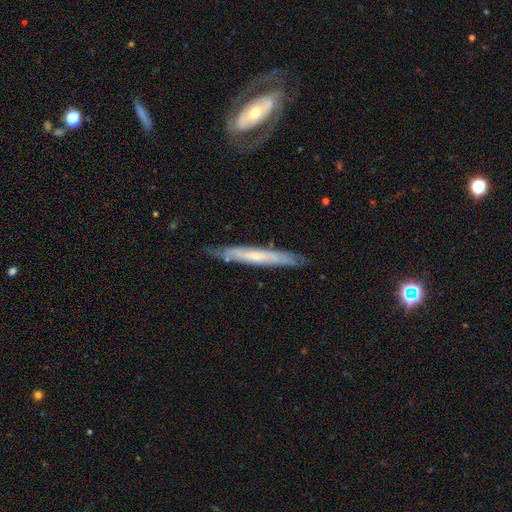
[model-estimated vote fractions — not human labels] Q: Smooth or featured?
A: featured or disk (57%); runner-up: smooth (37%)
Q: Edge-on disk?
A: yes (80%); runner-up: no (20%)
Q: Merging?
A: none (81%); runner-up: minor disturbance (14%)